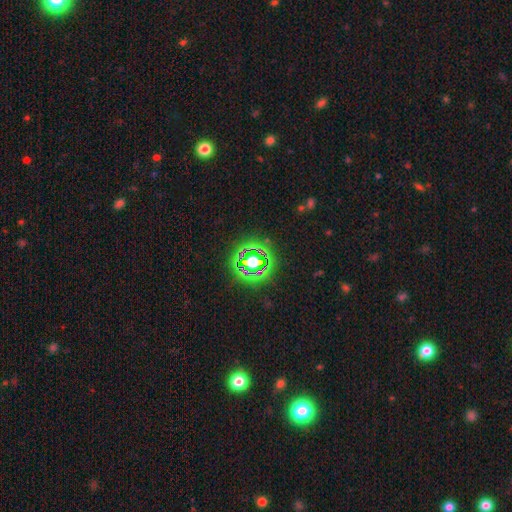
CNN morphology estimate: Overall: star or artifact (80%).